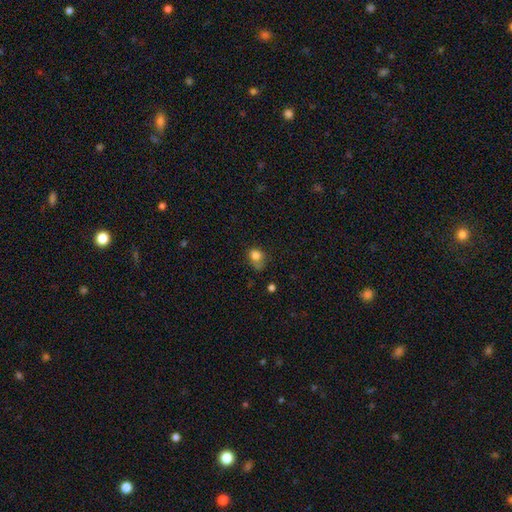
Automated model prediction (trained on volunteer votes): smooth 80%, star or artifact 12%, featured or disk 8%. Down the decision tree: how rounded — round (60%); merging — none (43%).